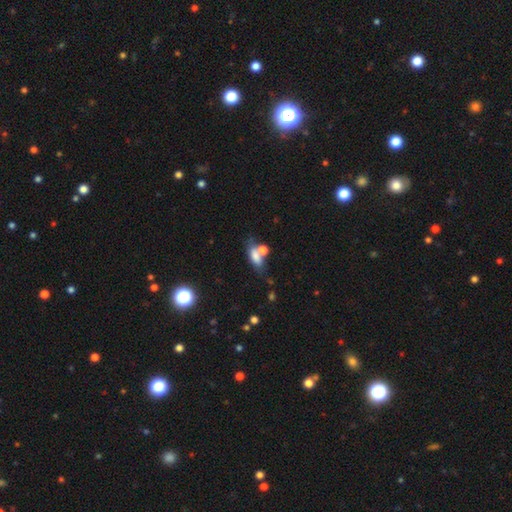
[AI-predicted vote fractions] A smooth galaxy with no disk features (69%) that is in between round and cigar-shaped (73%).

Vote fractions:
- Smooth or featured? smooth: 69% / featured or disk: 19% / star or artifact: 11%
- How rounded? in between: 73% / cigar-shaped: 17% / round: 10%
- Merging? none: 39% / merger: 38% / minor disturbance: 15% / major disturbance: 9%